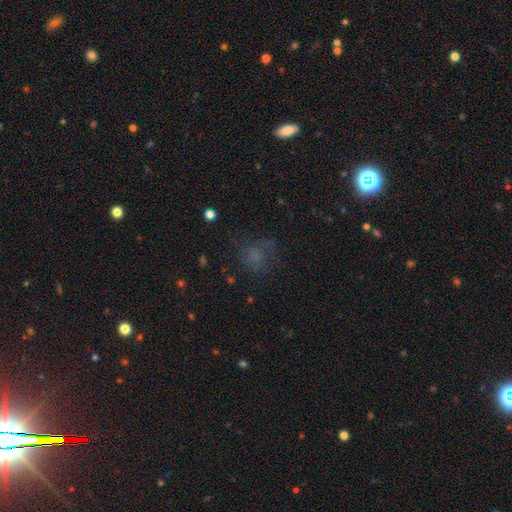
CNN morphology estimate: A smooth galaxy with no disk features (57%) that is round (71%). Merging: none (55%).